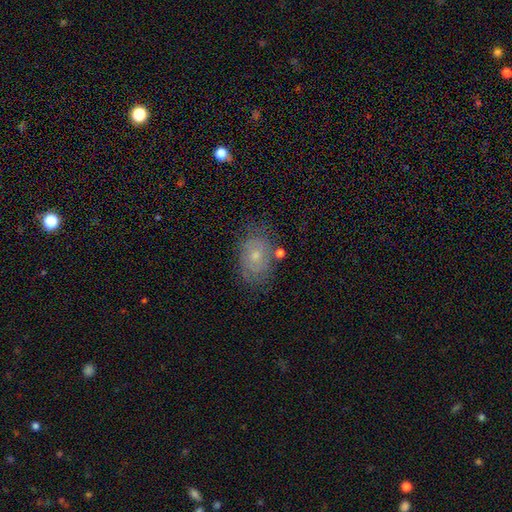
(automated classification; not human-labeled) Morphology: type=featured or disk (54%); edge-on=no (96%); bar=no (80%); spiral arms=yes (72%); bulge=small (56%); merging=none (69%).